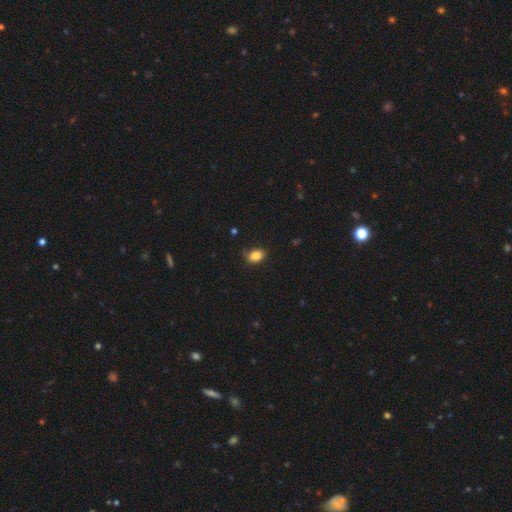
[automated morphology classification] Smooth or featured? smooth (85%)
How rounded? in between (73%)
Merging? none (81%)